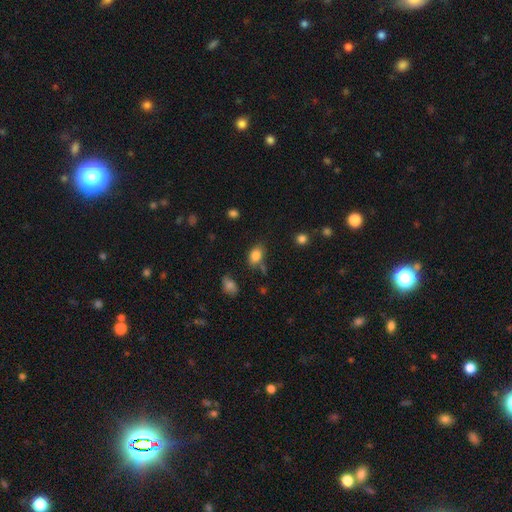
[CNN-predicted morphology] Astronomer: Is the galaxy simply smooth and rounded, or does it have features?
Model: smooth — 83%.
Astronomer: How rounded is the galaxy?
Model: in between — 77%.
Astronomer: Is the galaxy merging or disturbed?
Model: none — 67%.